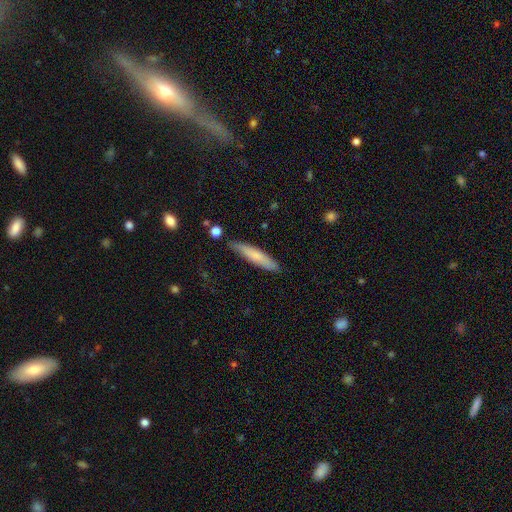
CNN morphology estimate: The model was most divided on "smooth or featured": smooth: 71%, featured or disk: 23%, star or artifact: 6%. More confident: how rounded — cigar-shaped (87%); merging — none (79%).